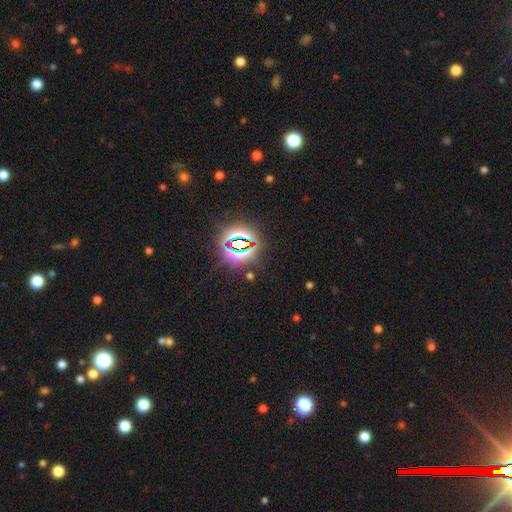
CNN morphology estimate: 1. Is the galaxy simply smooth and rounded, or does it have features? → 83% star or artifact, 11% smooth, 7% featured or disk.